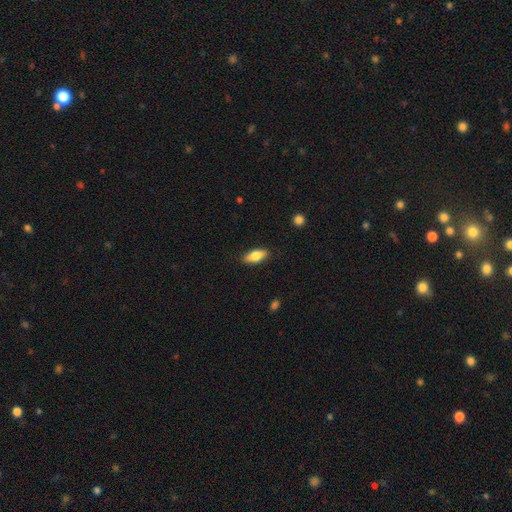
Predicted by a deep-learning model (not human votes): A smooth galaxy with no disk features (76%) that is in between round and cigar-shaped (79%). Merging: none (87%).